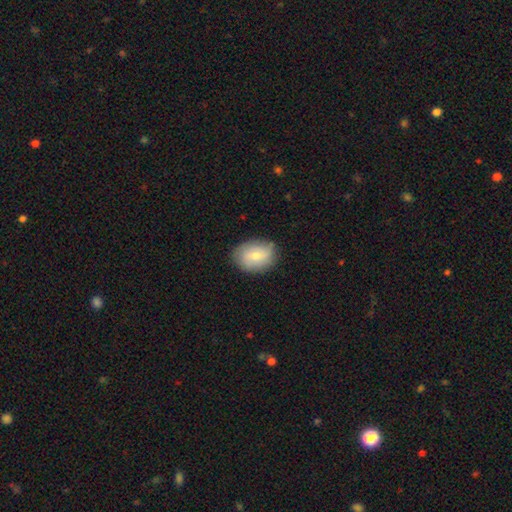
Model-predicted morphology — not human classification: A smooth galaxy with no disk features (70%) that is in between round and cigar-shaped (70%).

Vote fractions:
- Smooth or featured? smooth: 70% / featured or disk: 23% / star or artifact: 7%
- How rounded? in between: 70% / round: 29% / cigar-shaped: 1%
- Merging? none: 81% / minor disturbance: 14% / major disturbance: 3% / merger: 1%